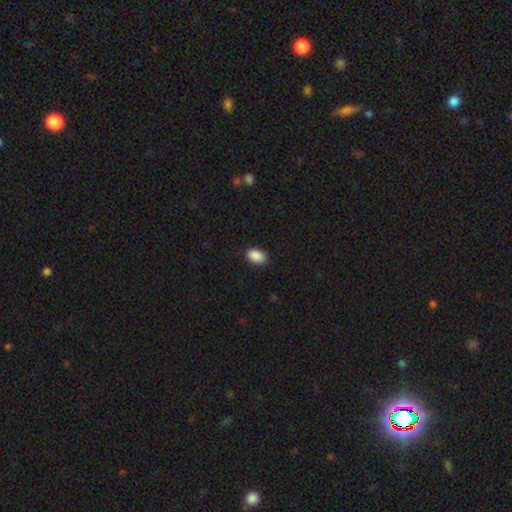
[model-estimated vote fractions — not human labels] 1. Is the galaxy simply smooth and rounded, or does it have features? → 90% smooth, 7% star or artifact, 2% featured or disk.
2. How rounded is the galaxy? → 90% in between, 9% round, 1% cigar-shaped.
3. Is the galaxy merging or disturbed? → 88% none, 9% minor disturbance, 2% major disturbance, 1% merger.